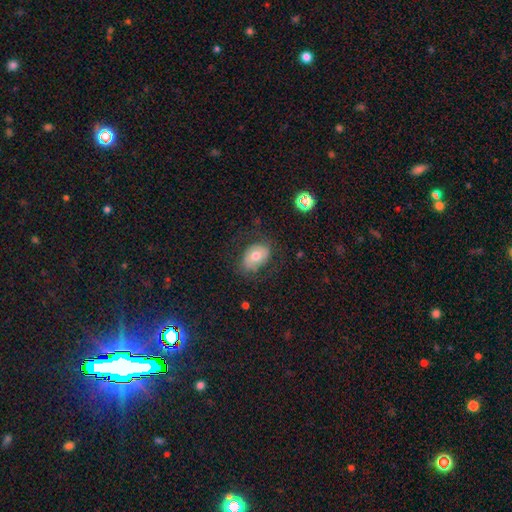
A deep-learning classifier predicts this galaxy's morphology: smooth-or-featured: smooth: 62% | featured or disk: 29% | star or artifact: 9%
  how-rounded: in between: 79% | round: 20% | cigar-shaped: 1%
  merging: none: 69% | minor disturbance: 19% | major disturbance: 11% | merger: 1%